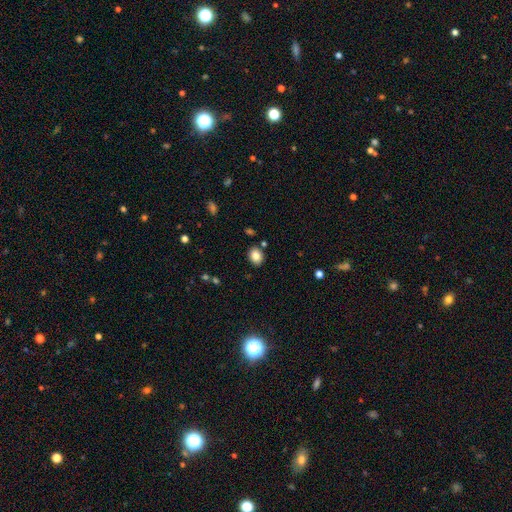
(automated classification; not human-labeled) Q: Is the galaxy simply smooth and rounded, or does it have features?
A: smooth — 84%.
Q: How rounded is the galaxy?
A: in between — 60%.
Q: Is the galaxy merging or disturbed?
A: none — 84%.